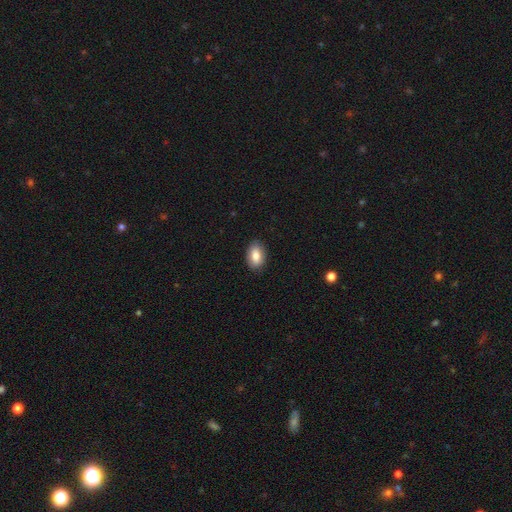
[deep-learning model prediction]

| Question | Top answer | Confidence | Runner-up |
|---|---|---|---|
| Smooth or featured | smooth | 85% | featured or disk (8%) |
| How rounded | in between | 90% | round (9%) |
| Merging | none | 87% | minor disturbance (10%) |